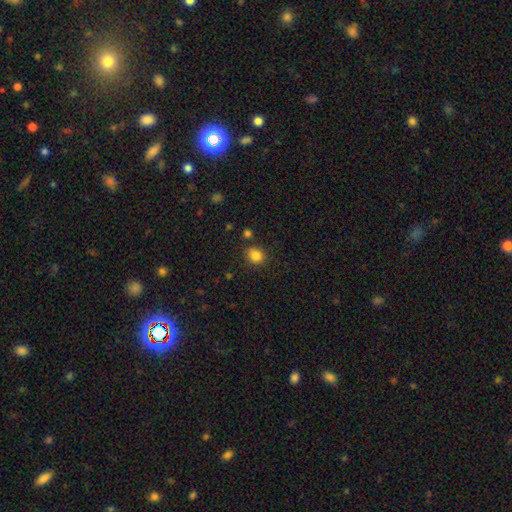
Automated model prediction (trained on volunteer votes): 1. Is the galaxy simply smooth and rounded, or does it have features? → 85% smooth, 11% star or artifact, 5% featured or disk.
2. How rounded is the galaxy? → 66% round, 33% in between, 1% cigar-shaped.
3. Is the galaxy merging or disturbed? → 82% none, 11% minor disturbance, 4% merger, 3% major disturbance.